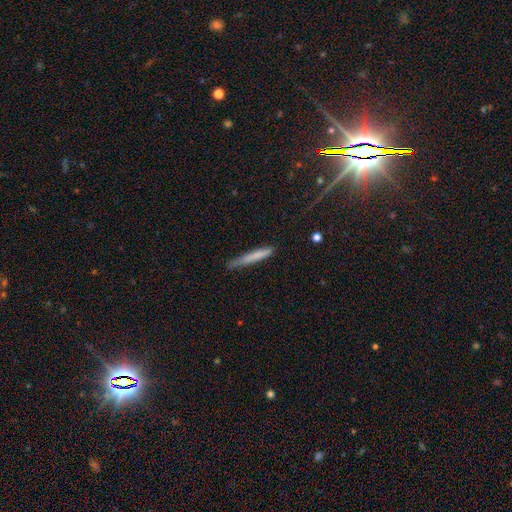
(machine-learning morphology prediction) smooth_or_featured: smooth (p=0.74) [alt: featured or disk p=0.20]
how_rounded: cigar-shaped (p=0.95) [alt: in between p=0.03]
merging: none (p=0.72) [alt: minor disturbance p=0.22]